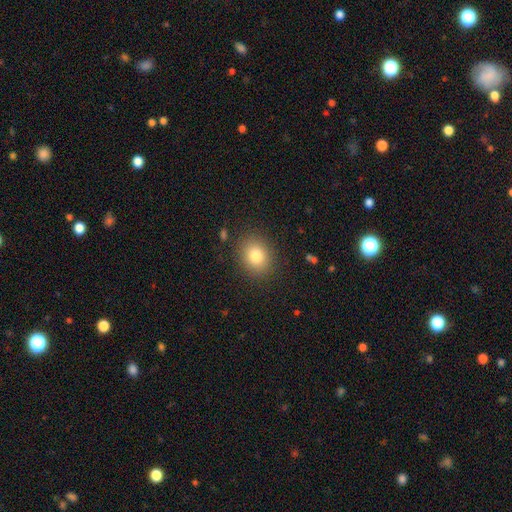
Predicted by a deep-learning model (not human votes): Smooth or featured?
  - smooth: 81% *
  - star or artifact: 11%
  - featured or disk: 8%
How rounded?
  - round: 63% *
  - in between: 36%
  - cigar-shaped: 1%
Merging?
  - none: 87% *
  - minor disturbance: 8%
  - major disturbance: 3%
  - merger: 1%